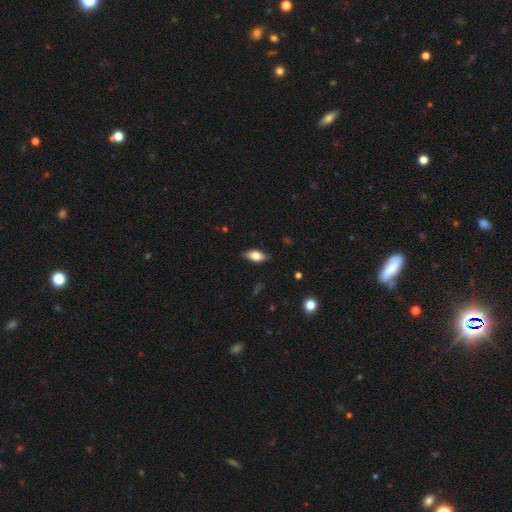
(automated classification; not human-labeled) This appears to be a smooth galaxy with no disk features (70%) that is in between round and cigar-shaped (85%). Merging: none (84%).